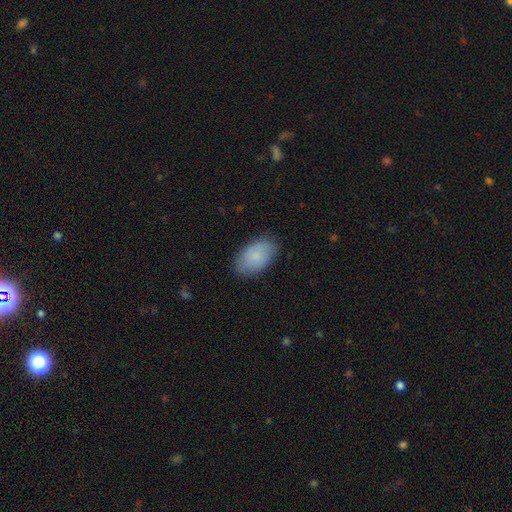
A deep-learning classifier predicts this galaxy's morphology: Smooth or featured? smooth (85%)
How rounded? in between (93%)
Merging? none (84%)